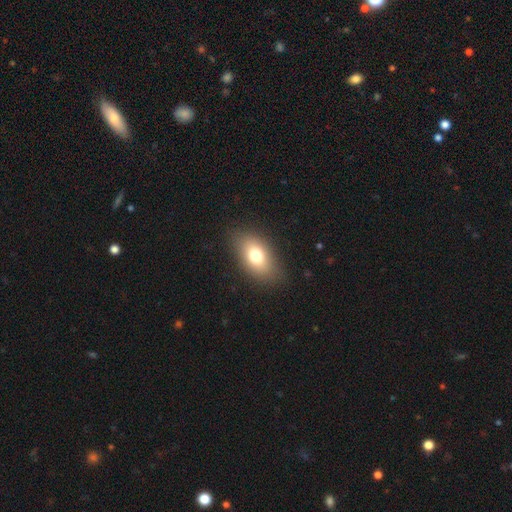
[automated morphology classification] Smooth or featured?
  - smooth: 75% *
  - featured or disk: 16%
  - star or artifact: 9%
How rounded?
  - in between: 88% *
  - round: 9%
  - cigar-shaped: 3%
Merging?
  - none: 84% *
  - minor disturbance: 11%
  - major disturbance: 4%
  - merger: 1%